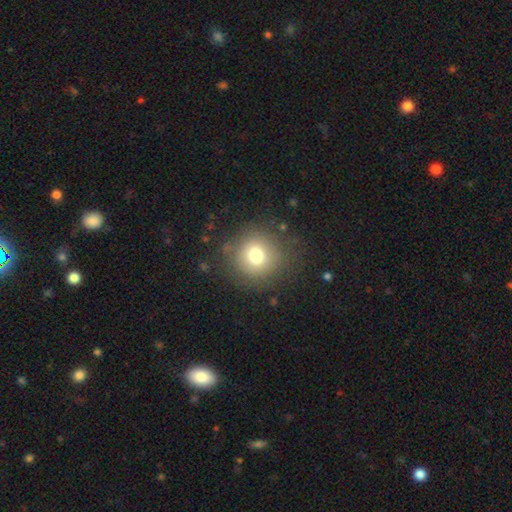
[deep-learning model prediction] Smooth or featured?
  - smooth: 75% *
  - star or artifact: 13%
  - featured or disk: 12%
How rounded?
  - round: 92% *
  - in between: 7%
  - cigar-shaped: 1%
Merging?
  - none: 81% *
  - minor disturbance: 11%
  - major disturbance: 6%
  - merger: 2%